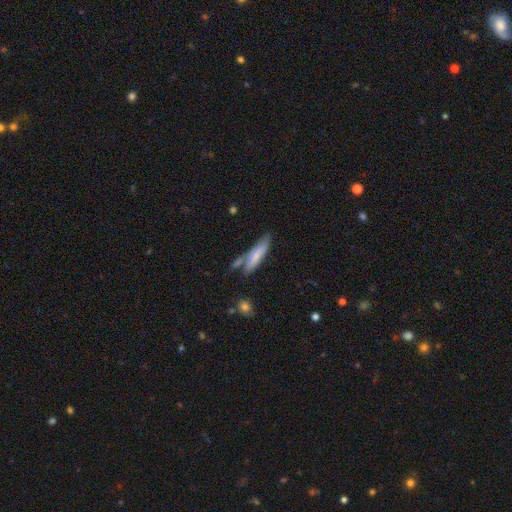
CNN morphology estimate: Smooth or featured?
  - smooth: 70% *
  - featured or disk: 24%
  - star or artifact: 7%
How rounded?
  - cigar-shaped: 72% *
  - in between: 27%
  - round: 2%
Merging?
  - none: 51% *
  - minor disturbance: 21%
  - merger: 20%
  - major disturbance: 7%